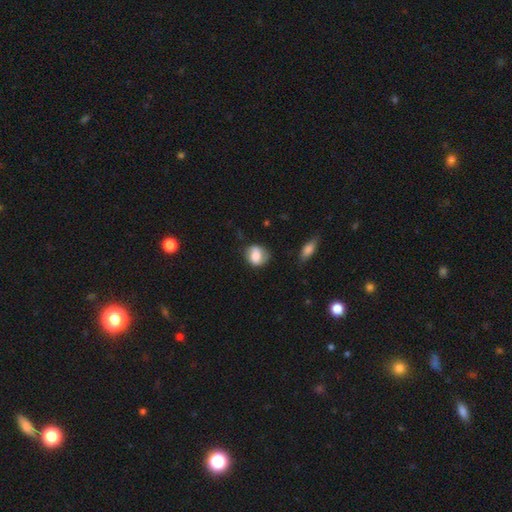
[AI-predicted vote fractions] Q: Smooth or featured?
A: smooth (72%); runner-up: featured or disk (20%)
Q: How rounded?
A: round (65%); runner-up: in between (34%)
Q: Merging?
A: none (64%); runner-up: minor disturbance (26%)